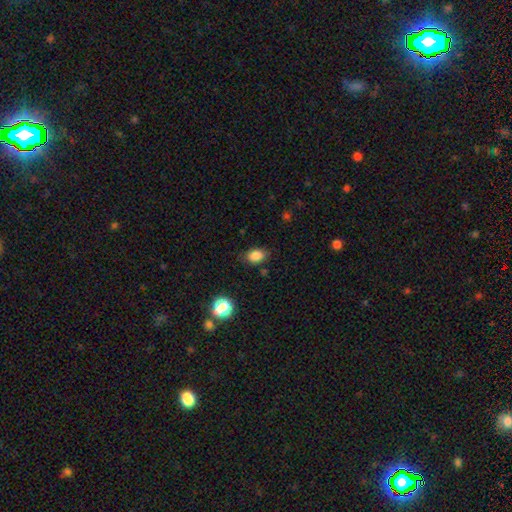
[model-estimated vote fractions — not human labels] The model was most divided on "how rounded": in between: 77%, round: 22%, cigar-shaped: 1%. More confident: smooth or featured — smooth (85%); merging — none (79%).